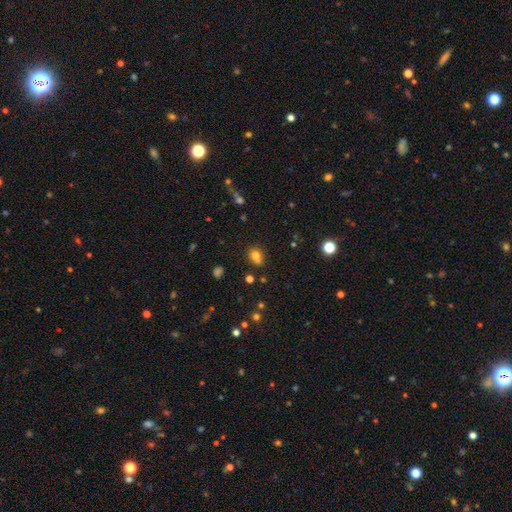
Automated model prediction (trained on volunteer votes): A smooth galaxy with no disk features (76%) that is in between round and cigar-shaped (51%). Merging: none (62%).